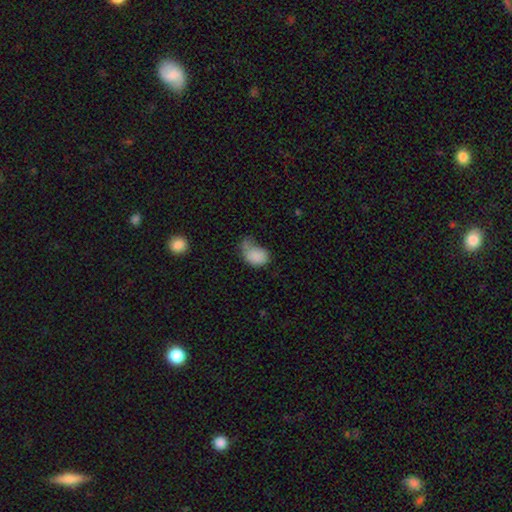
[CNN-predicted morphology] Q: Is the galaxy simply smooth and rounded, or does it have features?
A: smooth — 81%.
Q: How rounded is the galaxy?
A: in between — 79%.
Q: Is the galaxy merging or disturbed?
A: major disturbance — 31%.